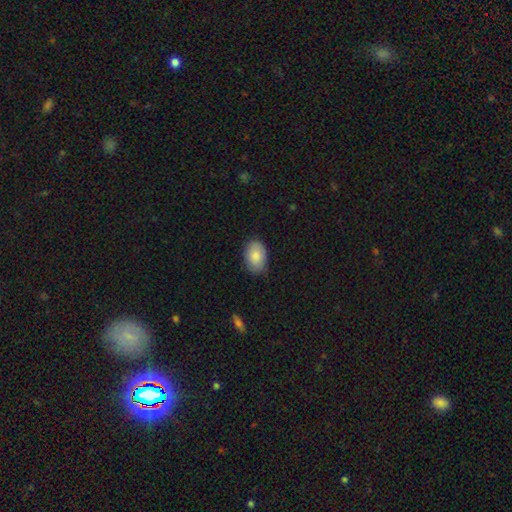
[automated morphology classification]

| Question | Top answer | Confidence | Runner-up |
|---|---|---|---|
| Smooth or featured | smooth | 85% | featured or disk (9%) |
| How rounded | in between | 88% | round (11%) |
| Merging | none | 80% | minor disturbance (17%) |